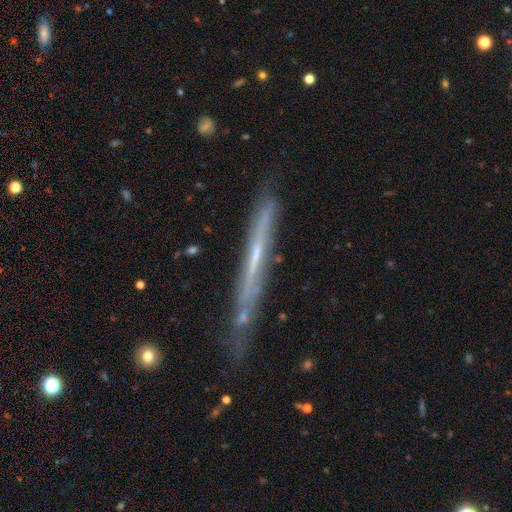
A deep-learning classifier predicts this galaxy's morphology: Smooth or featured: featured or disk — 65% (smooth — 28%)
Edge-on disk: yes — 90% (no — 10%)
Edge-on bulge: none — 78% (rounded — 18%)
Merging: none — 71% (minor disturbance — 21%)